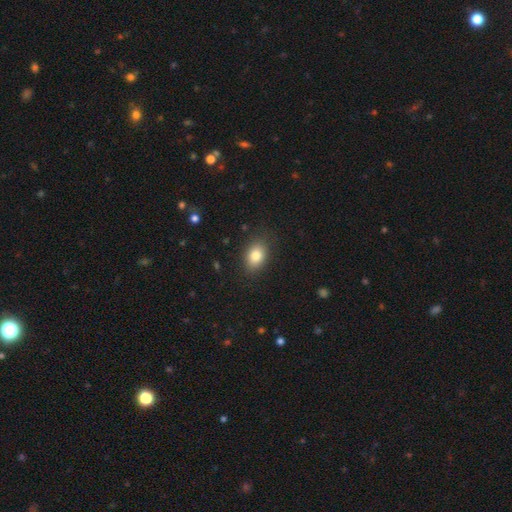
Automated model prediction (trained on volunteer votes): This is clearly a smooth galaxy (82%). How rounded: likely in between (75%). Merging: clearly none (84%).